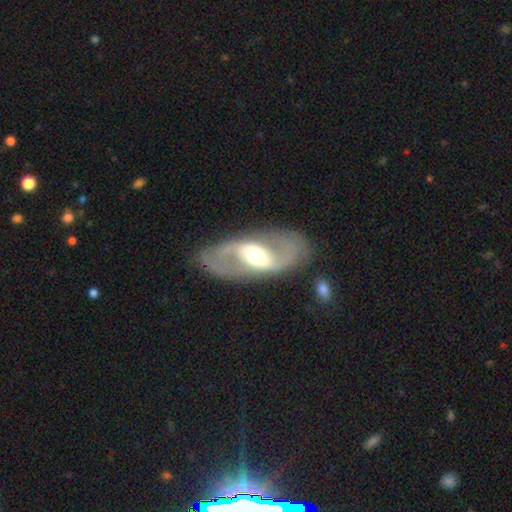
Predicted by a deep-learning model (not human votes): Smooth or featured: featured or disk — 83% (smooth — 12%)
Edge-on disk: no — 93% (yes — 7%)
Bar: strong — 41% (weak — 39%)
Spiral arms: yes — 84% (no — 16%)
Spiral winding: medium — 43% (tied with loose — 43%)
Spiral arm count: 2 — 90% (can't tell — 5%)
Bulge size: moderate — 64% (large — 19%)
Merging: none — 79% (minor disturbance — 12%)